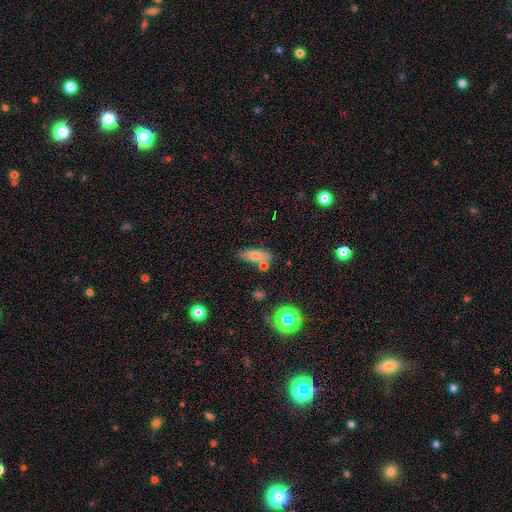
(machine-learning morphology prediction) smooth 75%, featured or disk 14%, star or artifact 11%. Down the decision tree: how rounded — in between (64%); merging — none (65%).